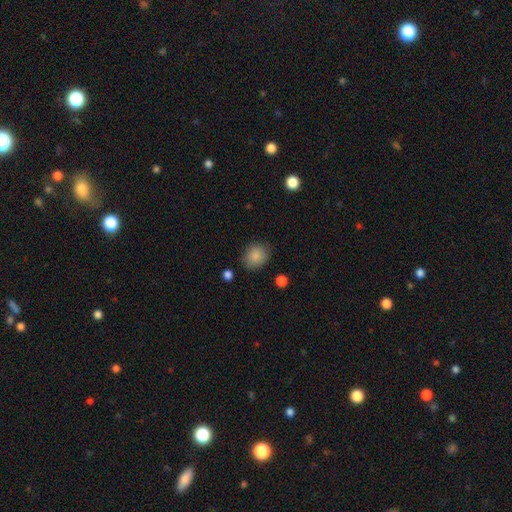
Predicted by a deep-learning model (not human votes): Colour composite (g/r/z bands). It shows a smooth galaxy with no disk features (87%) that is round (58%). Merging: none (81%).